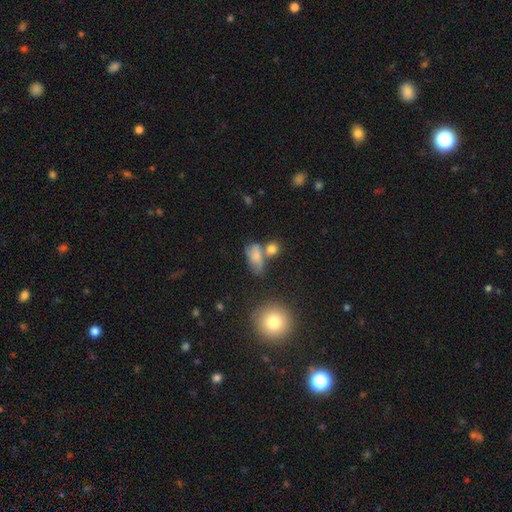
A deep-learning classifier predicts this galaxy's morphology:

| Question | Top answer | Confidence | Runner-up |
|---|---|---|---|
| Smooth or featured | smooth | 65% | featured or disk (24%) |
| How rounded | in between | 79% | round (16%) |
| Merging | none | 36% | merger (29%) |